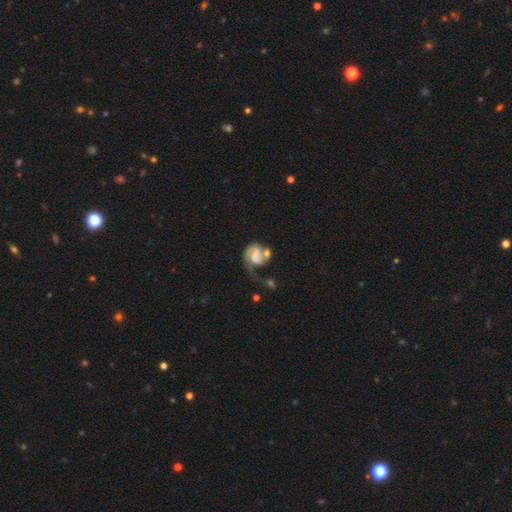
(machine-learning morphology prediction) A featured or disk galaxy (70%) with no bar (55%), 1 (53%) medium (39%) spiral arms (89%) and a small central bulge (36%).

Vote fractions:
- Smooth or featured? featured or disk: 70% / smooth: 23% / star or artifact: 6%
- Edge-on disk? no: 98% / yes: 2%
- Bar? no: 55% / weak: 35% / strong: 10%
- Spiral arms? yes: 89% / no: 11%
- Spiral winding? medium: 39% / tight: 32% / loose: 29%
- Spiral arm count? 1: 53% / 2: 37% / can't tell: 7% / 3: 2% / 4: 1% / more than 4: 1%
- Bulge size? small: 36% / moderate: 30% / none: 21% / large: 10% / dominant: 3%
- Merging? major disturbance: 30% / merger: 27% / none: 27% / minor disturbance: 16%